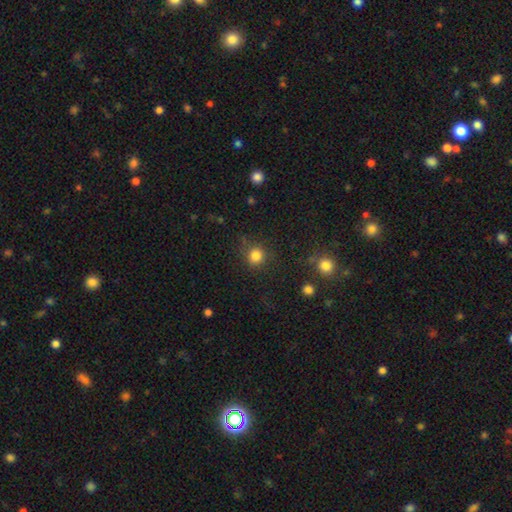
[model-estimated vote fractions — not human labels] A smooth galaxy with no disk features (82%) that is round (89%). Merging: none (82%).